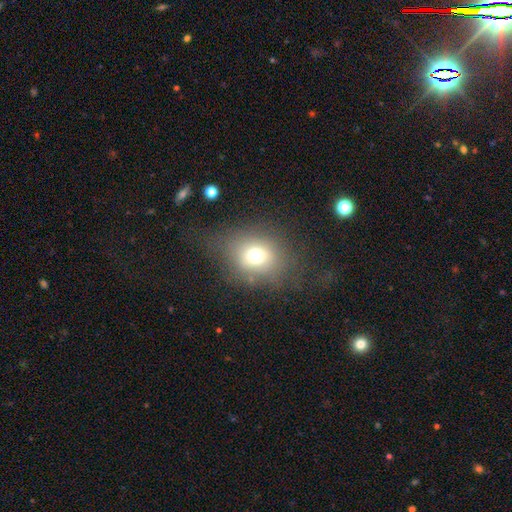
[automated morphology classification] This is likely a smooth galaxy (68%). How rounded: likely round (62%). Merging: likely none (63%).